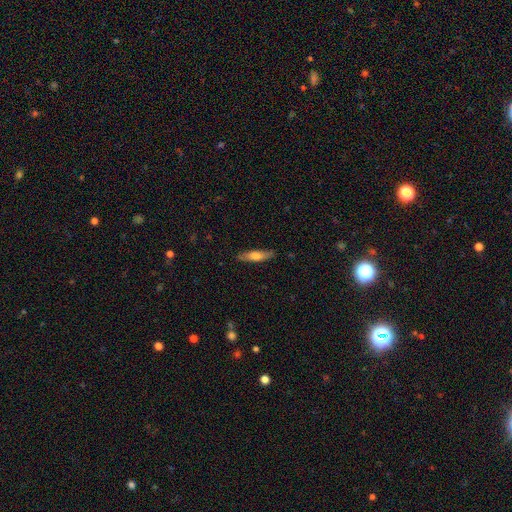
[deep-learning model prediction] Smooth or featured? smooth (64%)
How rounded? cigar-shaped (73%)
Merging? none (87%)